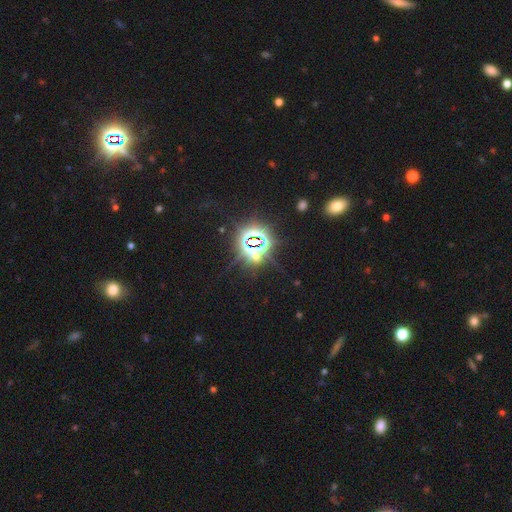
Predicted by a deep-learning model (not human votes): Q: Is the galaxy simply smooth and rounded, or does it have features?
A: star or artifact — 83%.